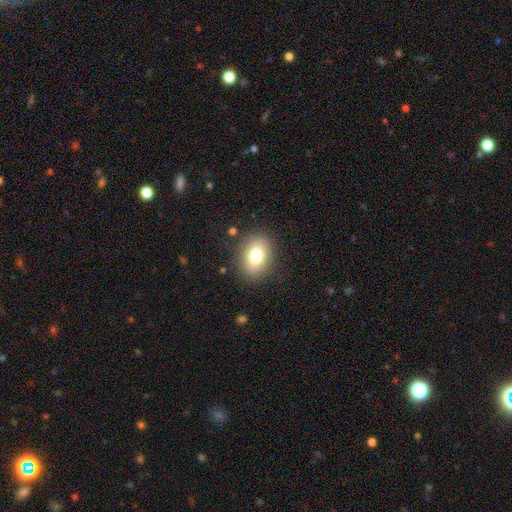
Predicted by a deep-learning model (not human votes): This appears to be a smooth galaxy with no disk features (78%) that is in between round and cigar-shaped (70%). Merging: none (85%).